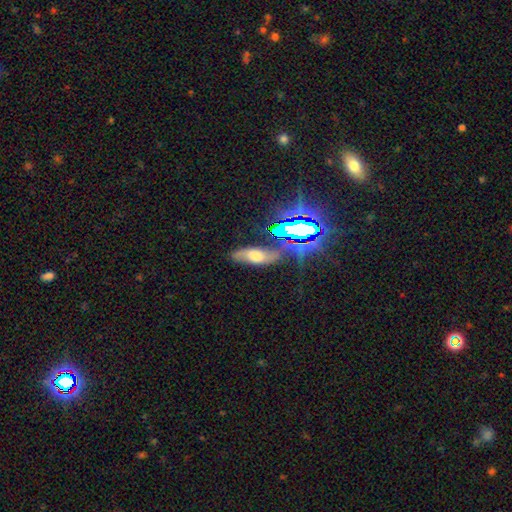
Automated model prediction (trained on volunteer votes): featured or disk 40%, smooth 36%, star or artifact 24%. Down the decision tree: merging — none (65%).